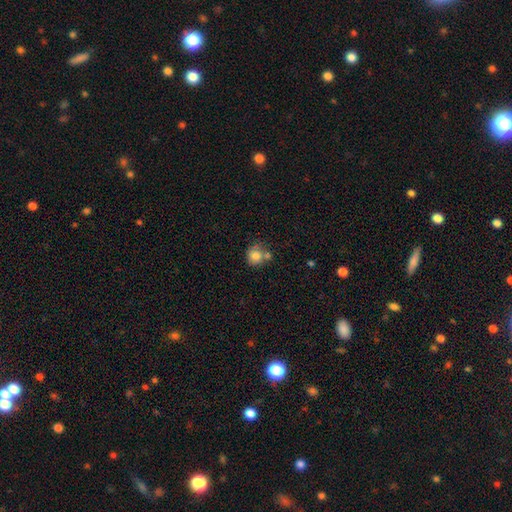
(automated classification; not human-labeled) Smooth or featured?
  - smooth: 79% *
  - featured or disk: 11%
  - star or artifact: 9%
How rounded?
  - round: 86% *
  - in between: 13%
  - cigar-shaped: 1%
Merging?
  - none: 49% *
  - merger: 30%
  - minor disturbance: 15%
  - major disturbance: 5%